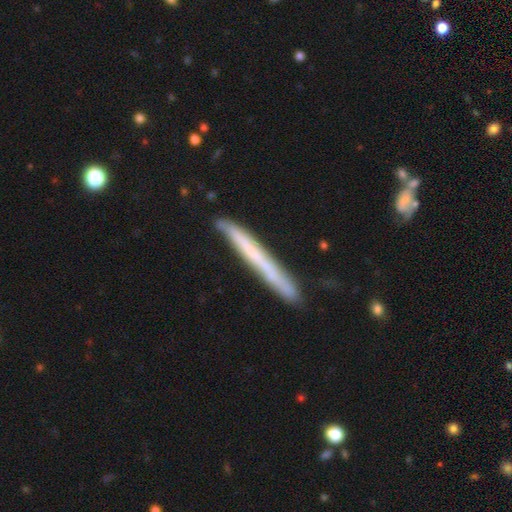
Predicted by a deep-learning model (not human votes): Q: Smooth or featured?
A: smooth (48%); runner-up: featured or disk (46%)
Q: Merging?
A: none (84%); runner-up: minor disturbance (12%)